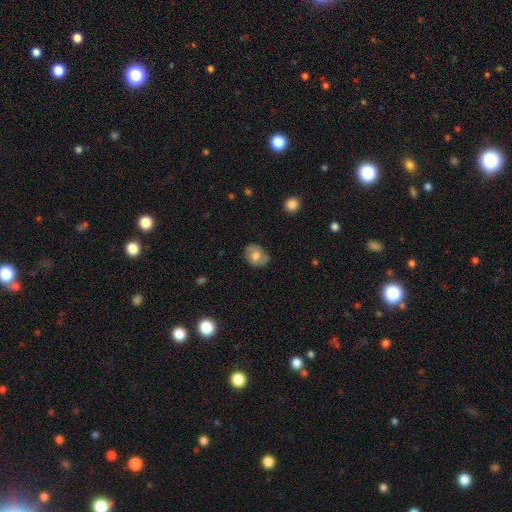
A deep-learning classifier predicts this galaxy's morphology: smooth_or_featured: smooth (p=0.64) [alt: featured or disk p=0.28]
how_rounded: in between (p=0.56) [alt: round p=0.42]
merging: none (p=0.77) [alt: minor disturbance p=0.18]